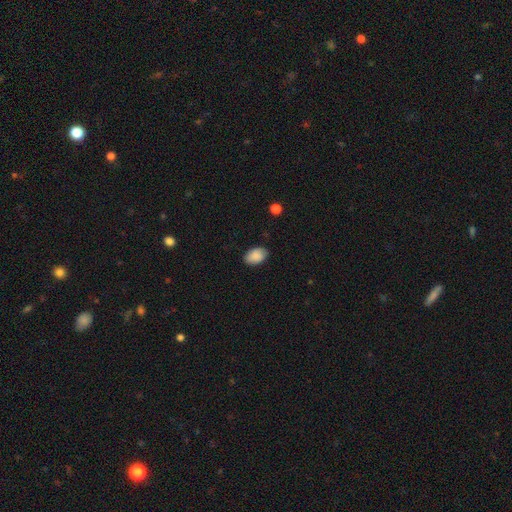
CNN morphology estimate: A smooth galaxy with no disk features (88%) that is in between round and cigar-shaped (89%). Merging: none (84%).